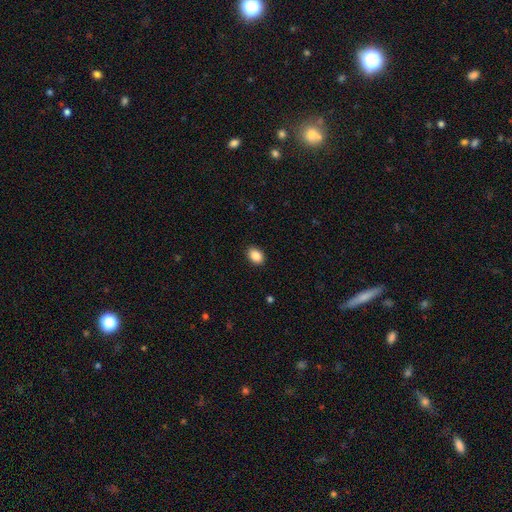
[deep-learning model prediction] The model was most divided on "how rounded": in between: 75%, round: 24%, cigar-shaped: 1%. More confident: merging — none (90%); smooth or featured — smooth (88%).